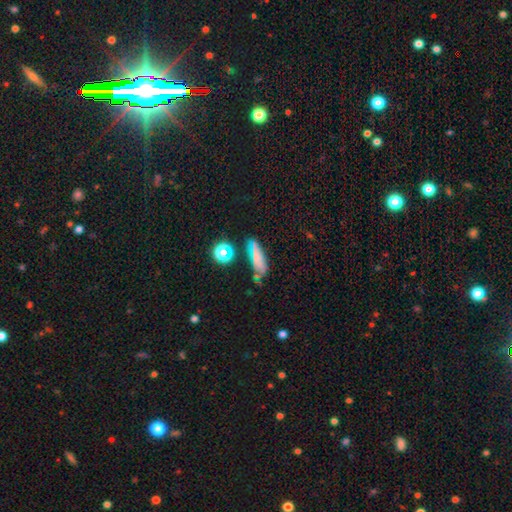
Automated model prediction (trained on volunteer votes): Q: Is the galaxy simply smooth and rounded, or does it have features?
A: smooth — 64%.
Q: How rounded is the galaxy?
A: in between — 48%.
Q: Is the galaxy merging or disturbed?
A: none — 70%.